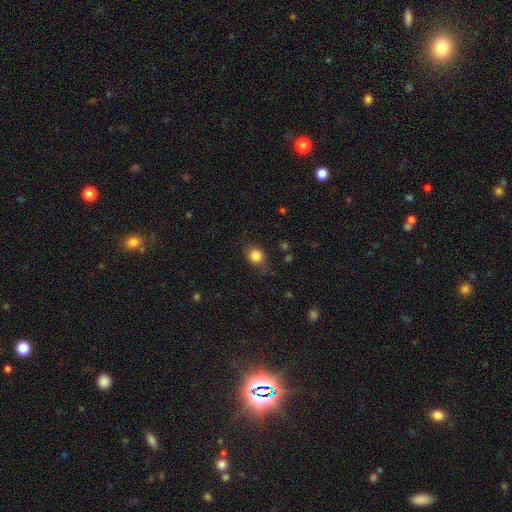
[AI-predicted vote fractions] Smooth or featured?
  - smooth: 83% *
  - star or artifact: 11%
  - featured or disk: 6%
How rounded?
  - round: 69% *
  - in between: 30%
  - cigar-shaped: 1%
Merging?
  - none: 74% *
  - minor disturbance: 20%
  - major disturbance: 5%
  - merger: 1%